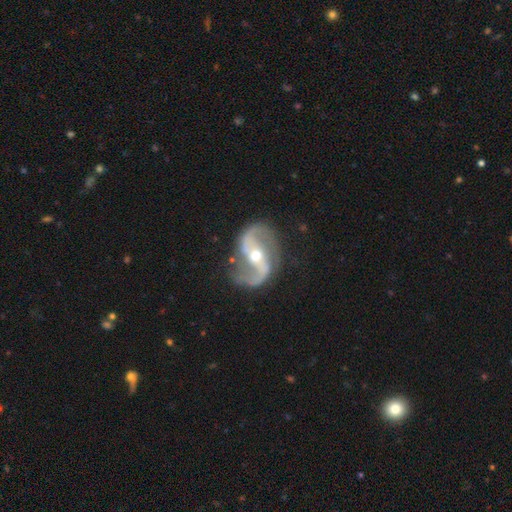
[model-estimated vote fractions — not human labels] This is clearly a featured or disk galaxy (92%). It is clearly not viewed edge-on (97%). Bar: marginally strong (38%). Spiral arm pattern: clearly yes (97%). Spiral arm count: clearly 2 (94%). Spiral winding: possibly loose (51%). Central bulge: likely moderate (67%). Merging: likely none (79%).